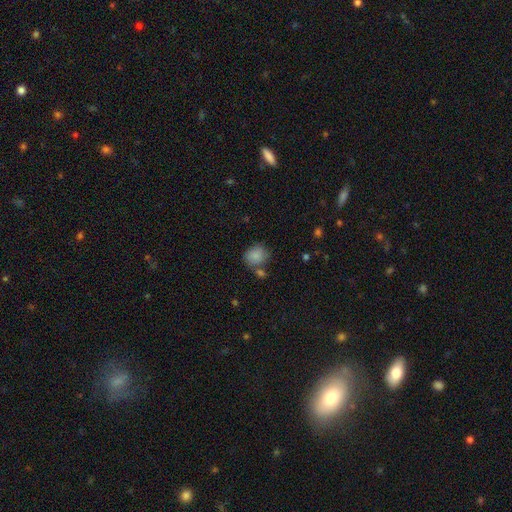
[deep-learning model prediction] Smooth or featured?
  - smooth: 86% *
  - star or artifact: 8%
  - featured or disk: 6%
How rounded?
  - round: 67% *
  - in between: 32%
  - cigar-shaped: 1%
Merging?
  - none: 62% *
  - minor disturbance: 16%
  - merger: 16%
  - major disturbance: 5%